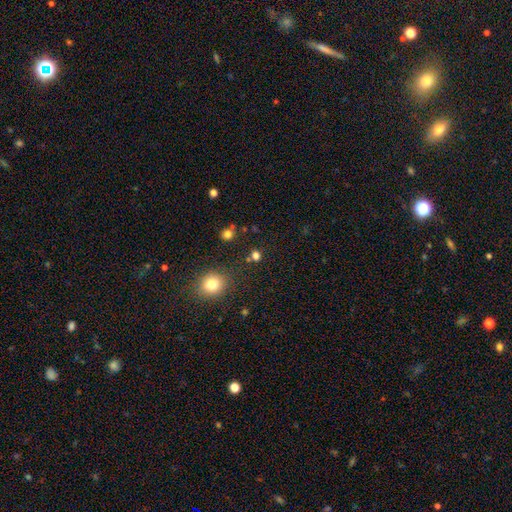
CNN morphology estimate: This appears to be a smooth galaxy with no disk features (75%) that is round (84%). Merging: none (81%).